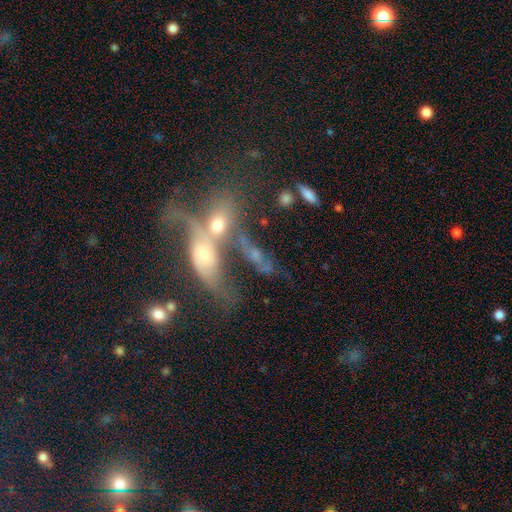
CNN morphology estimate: smooth-or-featured: featured or disk: 47% | smooth: 38% | star or artifact: 15%
  merging: merger: 67% | none: 15% | major disturbance: 10% | minor disturbance: 8%